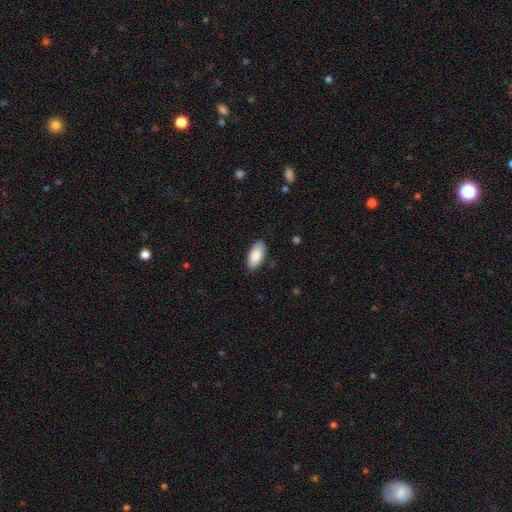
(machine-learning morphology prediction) smooth 88%, featured or disk 6%, star or artifact 6%. Down the decision tree: how rounded — in between (91%); merging — none (86%).